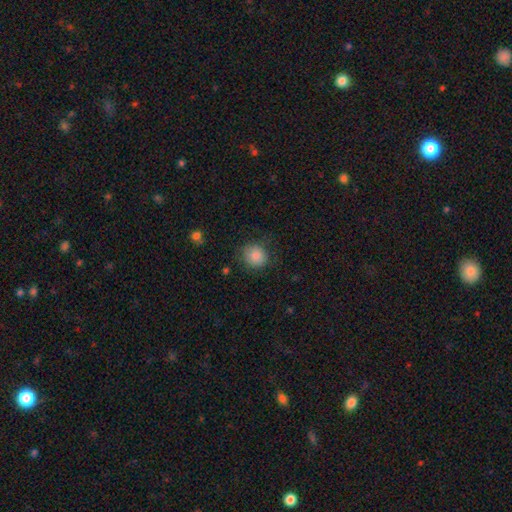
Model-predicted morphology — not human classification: smooth 85%, star or artifact 9%, featured or disk 5%. Down the decision tree: how rounded — round (87%); merging — none (78%).